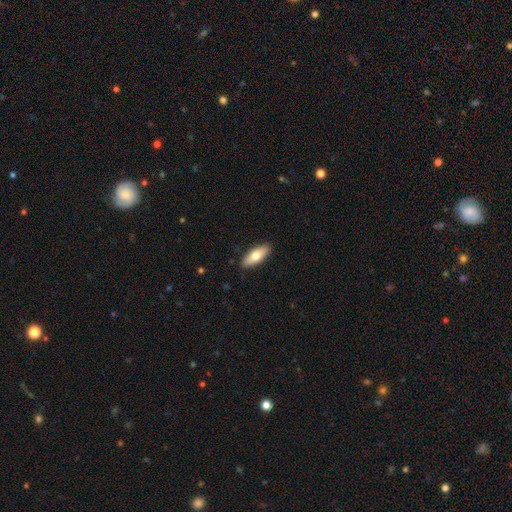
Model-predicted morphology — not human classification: This is likely a smooth galaxy (70%). How rounded: likely in between (72%). Merging: clearly none (90%).